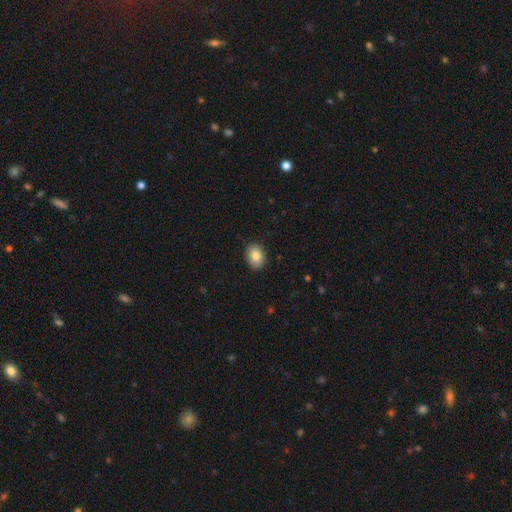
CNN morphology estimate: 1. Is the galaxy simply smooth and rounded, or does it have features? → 84% smooth, 8% star or artifact, 8% featured or disk.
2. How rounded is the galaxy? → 68% in between, 31% round, 1% cigar-shaped.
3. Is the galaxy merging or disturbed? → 87% none, 10% minor disturbance, 2% major disturbance, 1% merger.